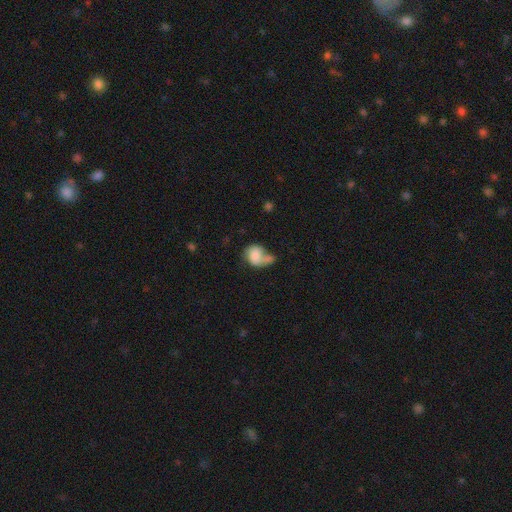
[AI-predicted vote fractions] Smooth or featured: smooth — 61% (featured or disk — 31%)
How rounded: round — 51% (in between — 48%)
Merging: merger — 34% (none — 24%)